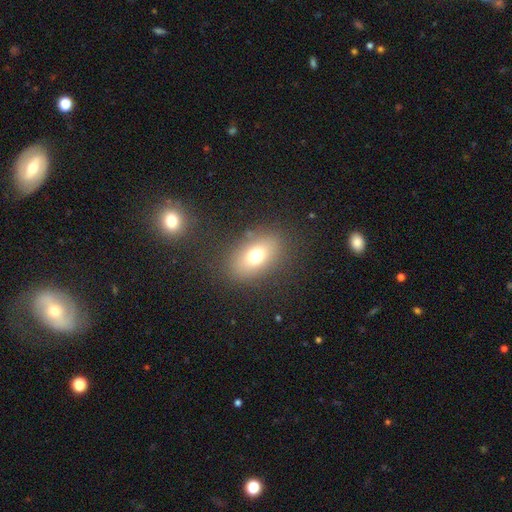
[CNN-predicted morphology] Smooth or featured? smooth (71%)
How rounded? in between (78%)
Merging? none (83%)